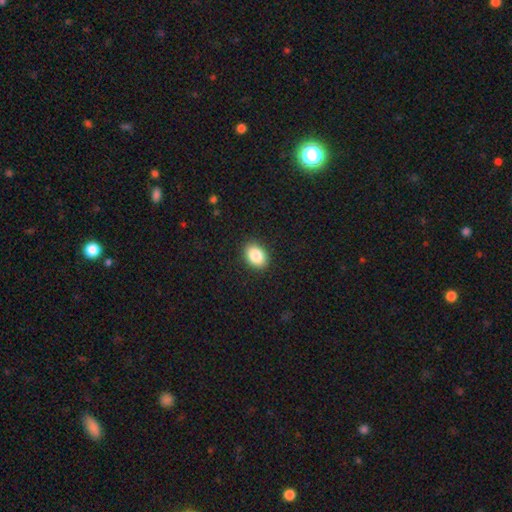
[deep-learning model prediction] smooth-or-featured: smooth: 86% | star or artifact: 8% | featured or disk: 6%
  how-rounded: in between: 77% | round: 22% | cigar-shaped: 1%
  merging: none: 89% | minor disturbance: 8% | major disturbance: 2% | merger: 1%